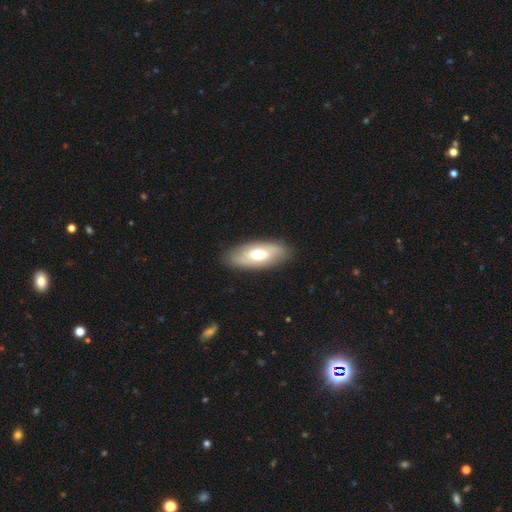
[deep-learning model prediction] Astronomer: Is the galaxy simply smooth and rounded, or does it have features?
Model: smooth — 50% (runner-up: featured or disk, 40%).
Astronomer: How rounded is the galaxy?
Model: in between — 70%.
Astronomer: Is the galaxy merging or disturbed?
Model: none — 88%.